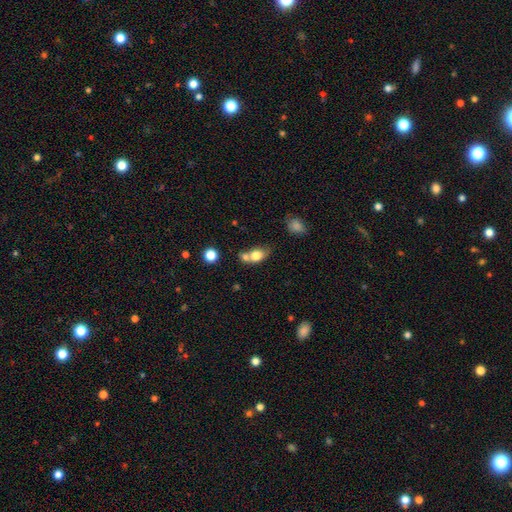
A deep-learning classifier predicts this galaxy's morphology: Smooth or featured? smooth (75%)
How rounded? in between (59%)
Merging? merger (51%)